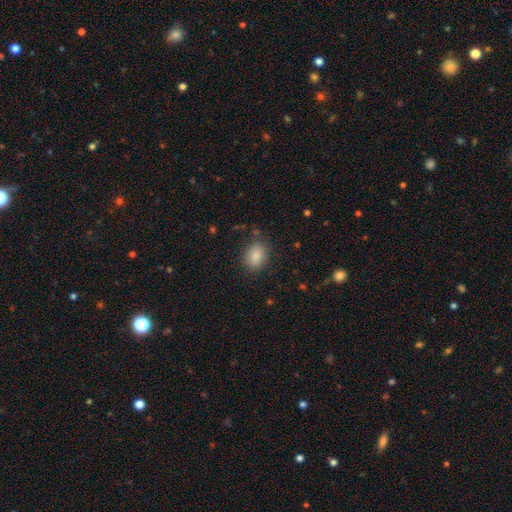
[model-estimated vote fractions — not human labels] The model was most divided on "how rounded": in between: 64%, round: 35%, cigar-shaped: 1%. More confident: smooth or featured — smooth (86%); merging — none (81%).